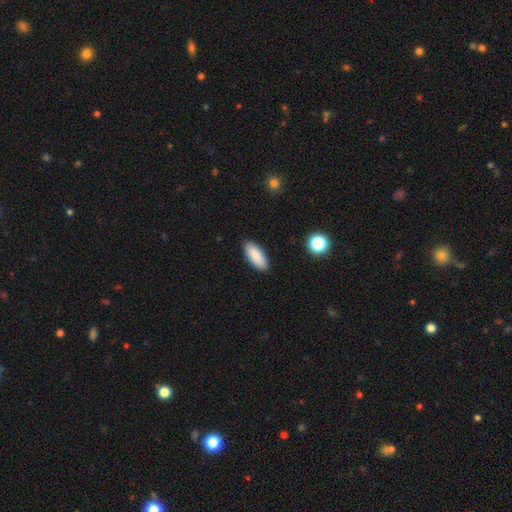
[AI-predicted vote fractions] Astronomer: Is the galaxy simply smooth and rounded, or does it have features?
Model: smooth — 89%.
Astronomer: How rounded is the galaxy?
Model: in between — 81%.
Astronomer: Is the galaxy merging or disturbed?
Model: none — 90%.